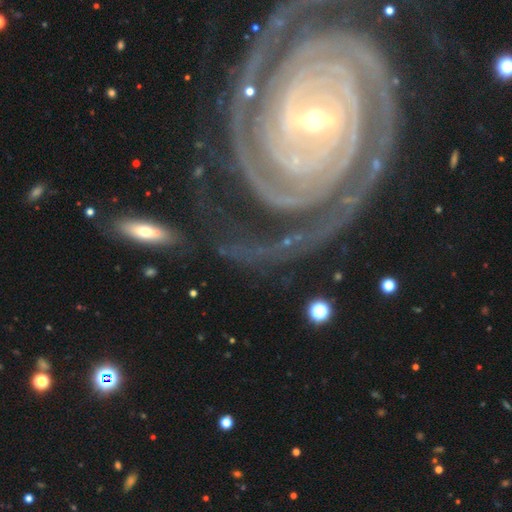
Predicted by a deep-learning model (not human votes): Overall: featured or disk (86%). Edge-on disk: no (95%). Bar: no (36%; strong 34%). Spiral arms: yes (96%). Spiral arm count: 2 (44%; can't tell 17%). Spiral winding: tight (76%). Bulge size: small (71%). Merging: none (65%).